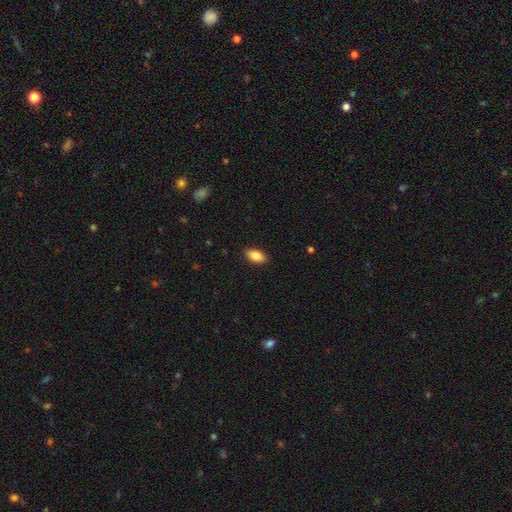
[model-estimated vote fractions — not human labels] Smooth or featured?
  - smooth: 86% *
  - star or artifact: 7%
  - featured or disk: 7%
How rounded?
  - in between: 92% *
  - round: 4%
  - cigar-shaped: 4%
Merging?
  - none: 89% *
  - minor disturbance: 8%
  - major disturbance: 2%
  - merger: 1%